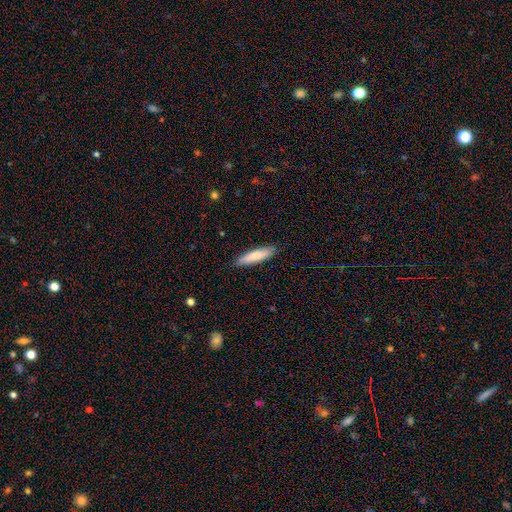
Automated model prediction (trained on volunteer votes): smooth_or_featured: smooth (p=0.80) [alt: featured or disk p=0.15]
how_rounded: cigar-shaped (p=0.76) [alt: in between p=0.23]
merging: none (p=0.88) [alt: minor disturbance p=0.09]